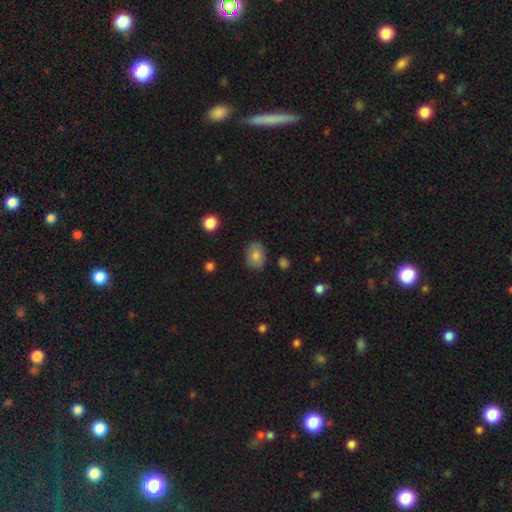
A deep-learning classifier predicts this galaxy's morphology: Q: Smooth or featured?
A: smooth (81%); runner-up: featured or disk (11%)
Q: How rounded?
A: in between (71%); runner-up: round (28%)
Q: Merging?
A: none (78%); runner-up: minor disturbance (17%)